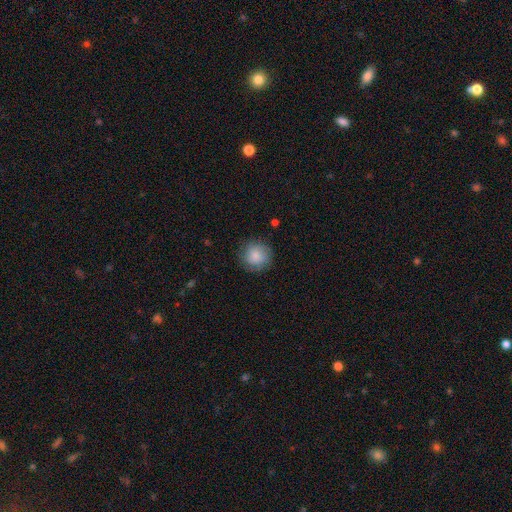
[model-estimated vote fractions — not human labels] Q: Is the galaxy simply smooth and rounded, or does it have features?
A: smooth — 84%.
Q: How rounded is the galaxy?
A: round — 93%.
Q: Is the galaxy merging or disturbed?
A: none — 82%.